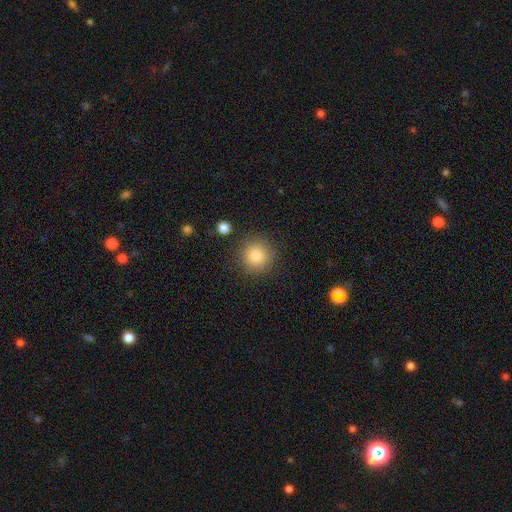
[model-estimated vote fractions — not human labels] Smooth or featured?
  - smooth: 83% *
  - star or artifact: 10%
  - featured or disk: 6%
How rounded?
  - round: 94% *
  - in between: 5%
  - cigar-shaped: 1%
Merging?
  - none: 87% *
  - minor disturbance: 8%
  - major disturbance: 3%
  - merger: 3%